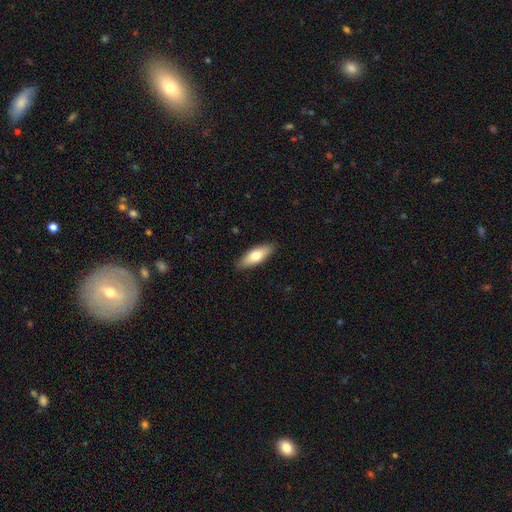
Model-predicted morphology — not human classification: smooth-or-featured: smooth: 70% | featured or disk: 24% | star or artifact: 6%
  how-rounded: in between: 68% | cigar-shaped: 30% | round: 2%
  merging: none: 88% | minor disturbance: 9% | major disturbance: 2% | merger: 1%